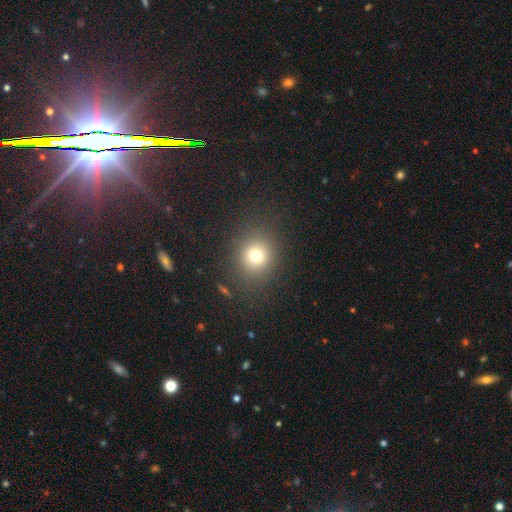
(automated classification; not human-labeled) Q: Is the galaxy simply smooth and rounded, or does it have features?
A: smooth — 73%.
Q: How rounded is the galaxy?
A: round — 82%.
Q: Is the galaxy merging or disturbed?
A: none — 85%.